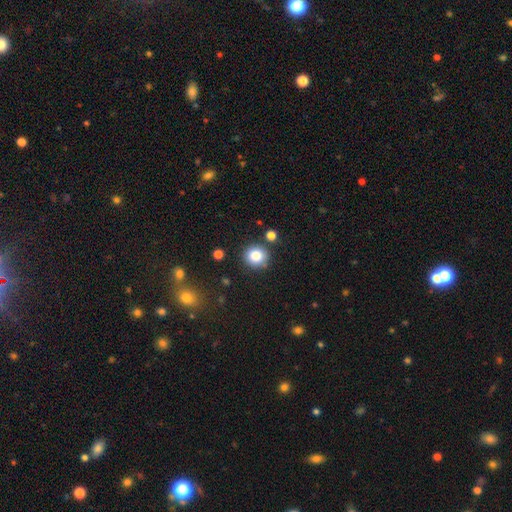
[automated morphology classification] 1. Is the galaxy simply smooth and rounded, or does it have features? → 83% smooth, 11% star or artifact, 6% featured or disk.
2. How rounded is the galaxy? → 92% round, 7% in between, 1% cigar-shaped.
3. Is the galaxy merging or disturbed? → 85% none, 8% minor disturbance, 4% merger, 3% major disturbance.